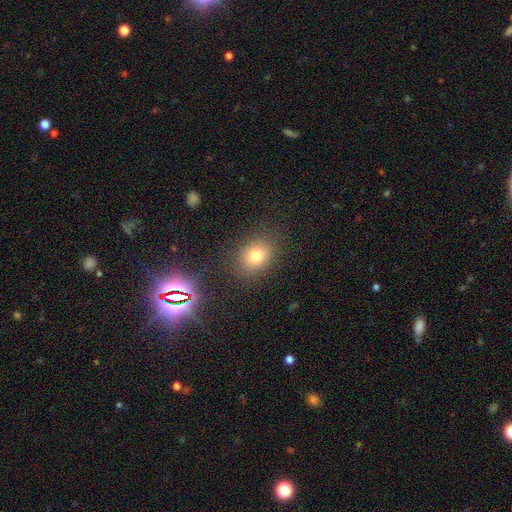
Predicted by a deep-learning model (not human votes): Smooth or featured?
  - smooth: 77% *
  - star or artifact: 14%
  - featured or disk: 9%
How rounded?
  - round: 50% *
  - in between: 49%
  - cigar-shaped: 1%
Merging?
  - none: 82% *
  - minor disturbance: 11%
  - major disturbance: 5%
  - merger: 2%